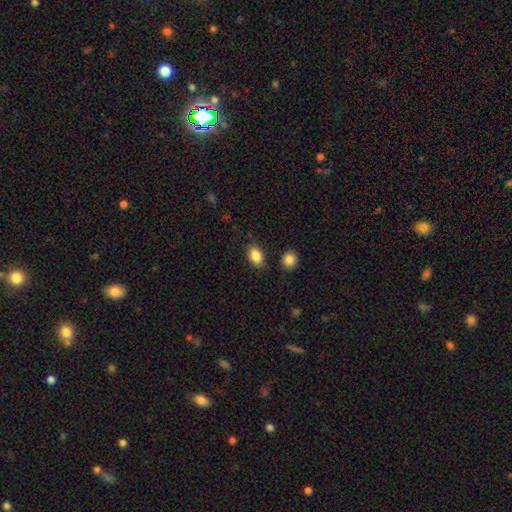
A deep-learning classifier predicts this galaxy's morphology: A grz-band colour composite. It shows a smooth galaxy with no disk features (87%) that is in between round and cigar-shaped (84%). Merging: none (81%).